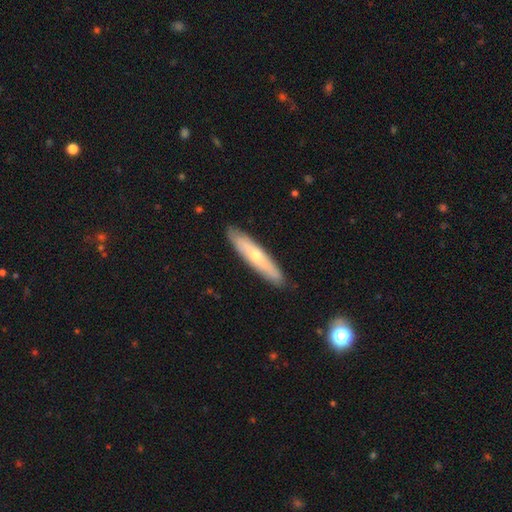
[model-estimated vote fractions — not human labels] Morphology: type=smooth (48%); merging=none (88%).